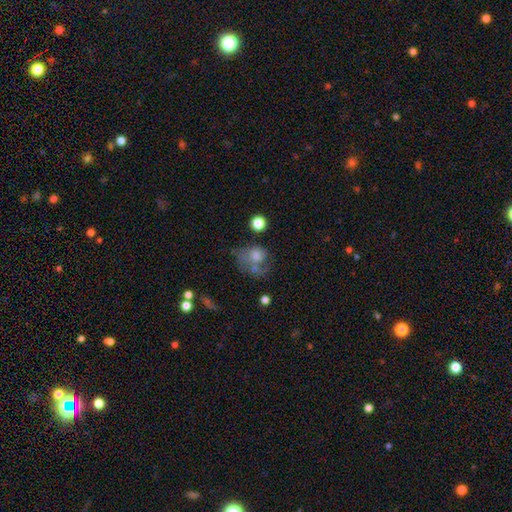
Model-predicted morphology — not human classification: A smooth galaxy with no disk features (53%) that is round (58%). Merging: major disturbance (32%).